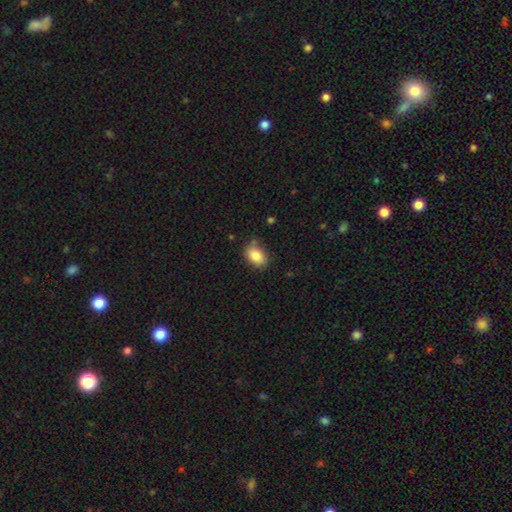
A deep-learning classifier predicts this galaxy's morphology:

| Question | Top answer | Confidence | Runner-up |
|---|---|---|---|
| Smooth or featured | smooth | 86% | star or artifact (8%) |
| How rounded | in between | 83% | round (15%) |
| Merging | none | 76% | minor disturbance (17%) |